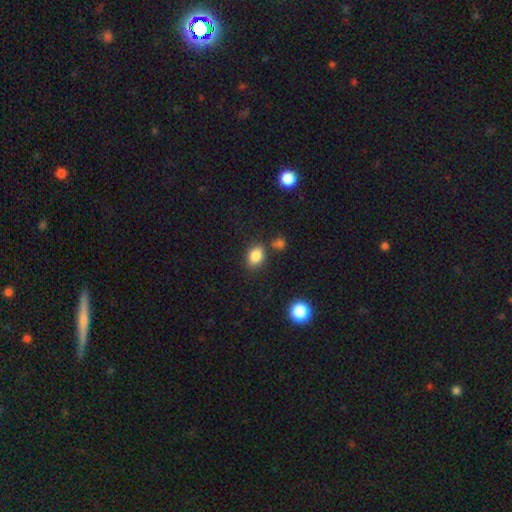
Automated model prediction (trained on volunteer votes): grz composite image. It shows a smooth galaxy with no disk features (84%) that is in between round and cigar-shaped (75%). Merging: none (76%).